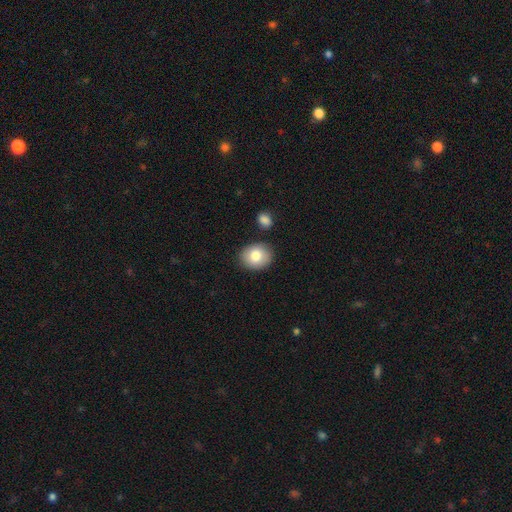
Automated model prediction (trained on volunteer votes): Q: Smooth or featured?
A: smooth (81%); runner-up: featured or disk (11%)
Q: How rounded?
A: round (55%); runner-up: in between (44%)
Q: Merging?
A: none (84%); runner-up: minor disturbance (10%)